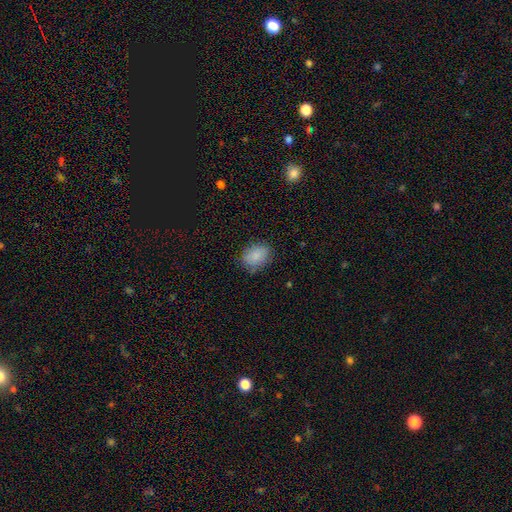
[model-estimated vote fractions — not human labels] The model was most divided on "how rounded": in between: 65%, round: 34%, cigar-shaped: 1%. More confident: smooth or featured — smooth (85%); merging — none (78%).